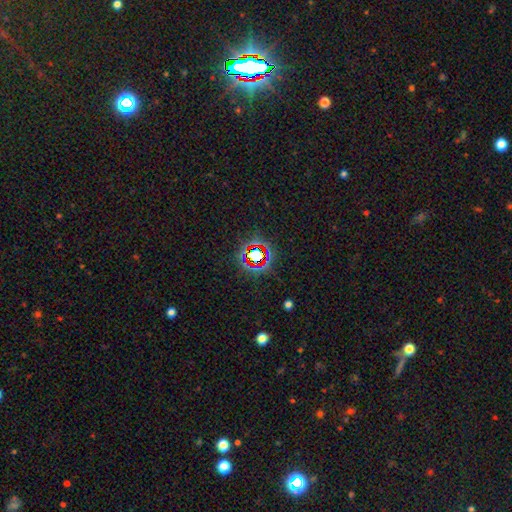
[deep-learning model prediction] Smooth or featured? Predicted: star or artifact (p=0.70).